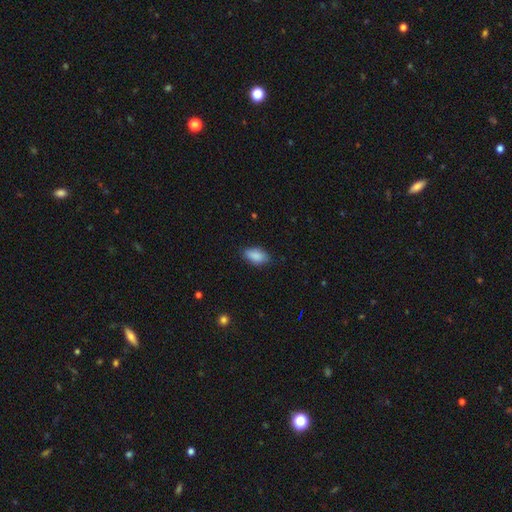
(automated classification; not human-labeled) smooth_or_featured: smooth (p=0.88) [alt: star or artifact p=0.07]
how_rounded: in between (p=0.92) [alt: cigar-shaped p=0.05]
merging: none (p=0.83) [alt: minor disturbance p=0.13]